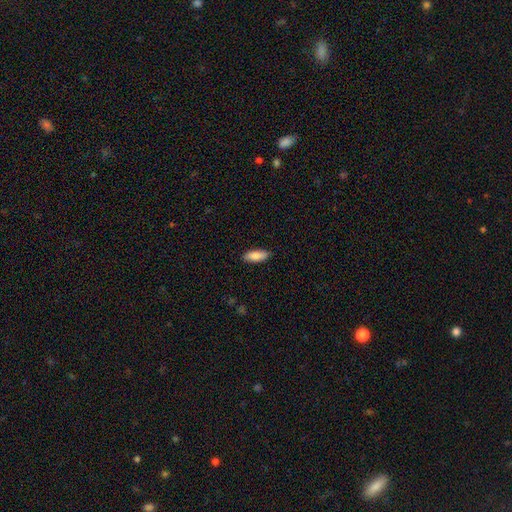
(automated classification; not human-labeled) smooth-or-featured: smooth: 85% | featured or disk: 9% | star or artifact: 6%
  how-rounded: in between: 76% | cigar-shaped: 22% | round: 2%
  merging: none: 88% | minor disturbance: 10% | major disturbance: 2% | merger: 1%